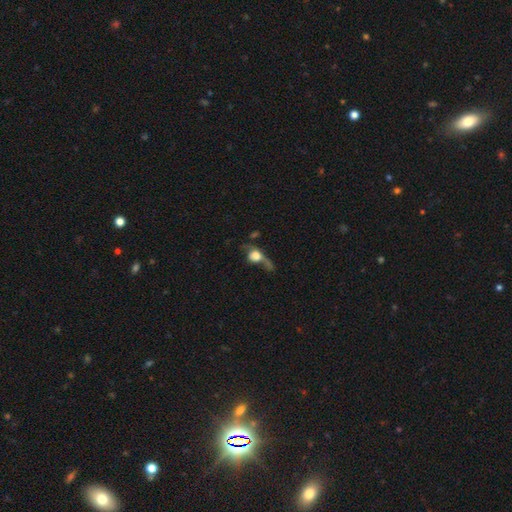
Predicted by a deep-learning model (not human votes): smooth_or_featured: smooth (p=0.57) [alt: featured or disk p=0.29]
how_rounded: round (p=0.60) [alt: in between p=0.33]
merging: major disturbance (p=0.42) [alt: none p=0.24]